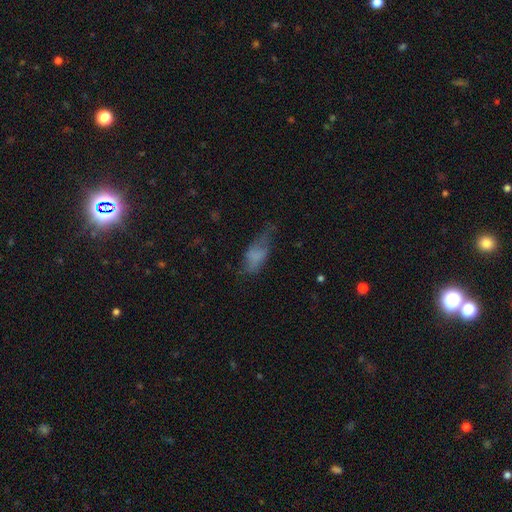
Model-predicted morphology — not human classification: type=smooth (64%); roundness=in between (80%); merging=none (37%).